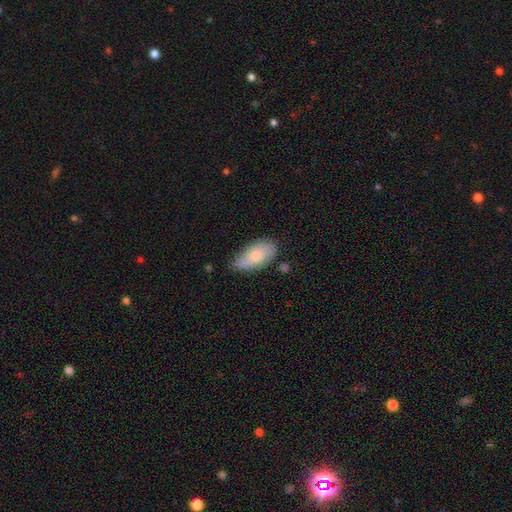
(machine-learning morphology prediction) This appears to be a smooth galaxy with no disk features (68%) that is in between round and cigar-shaped (92%). Merging: none (59%).